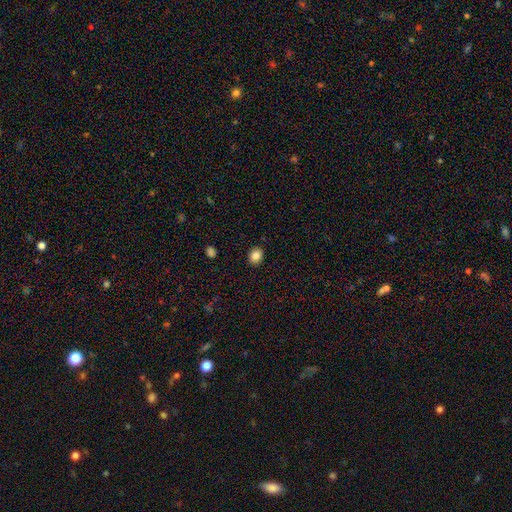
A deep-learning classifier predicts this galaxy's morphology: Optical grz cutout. It shows a smooth galaxy with no disk features (85%) that is round (58%). Merging: none (90%).